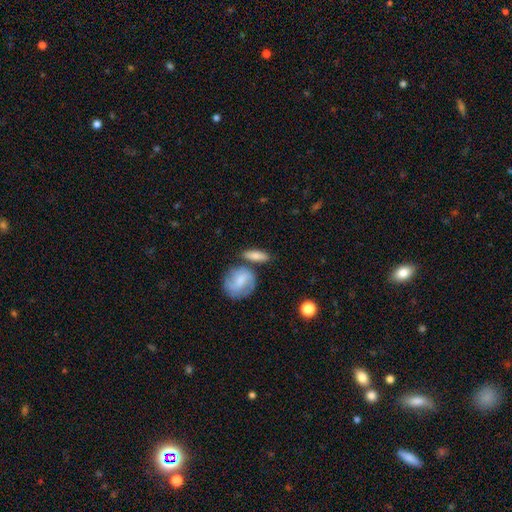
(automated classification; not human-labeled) smooth-or-featured: smooth: 67% | featured or disk: 27% | star or artifact: 6%
  how-rounded: in between: 53% | cigar-shaped: 35% | round: 12%
  merging: none: 62% | merger: 18% | minor disturbance: 15% | major disturbance: 5%